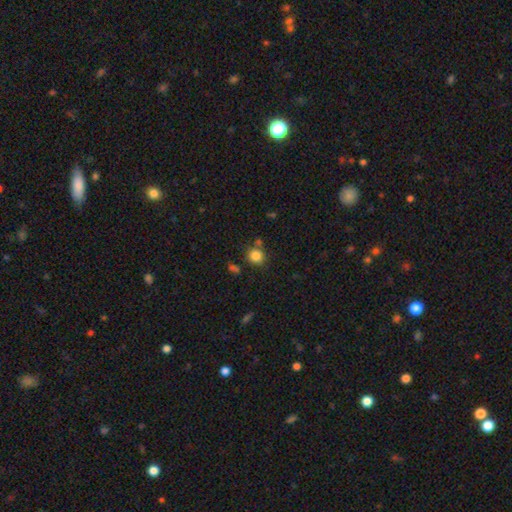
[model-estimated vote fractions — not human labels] Q: Smooth or featured?
A: smooth (83%); runner-up: star or artifact (12%)
Q: How rounded?
A: round (85%); runner-up: in between (14%)
Q: Merging?
A: none (74%); runner-up: minor disturbance (11%)